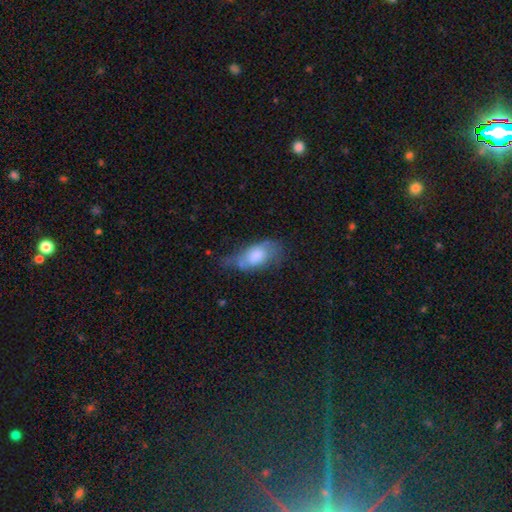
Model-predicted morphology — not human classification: smooth_or_featured: smooth (p=0.71) [alt: featured or disk p=0.22]
how_rounded: in between (p=0.88) [alt: cigar-shaped p=0.07]
merging: minor disturbance (p=0.37) [alt: none p=0.31]